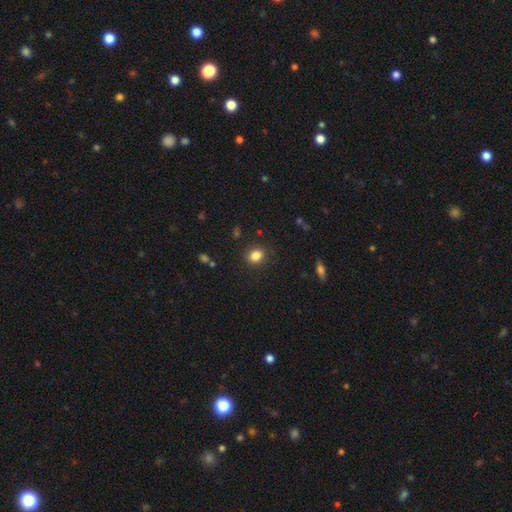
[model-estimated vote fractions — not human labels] smooth-or-featured: smooth: 84% | star or artifact: 11% | featured or disk: 5%
  how-rounded: round: 61% | in between: 38% | cigar-shaped: 1%
  merging: none: 87% | minor disturbance: 9% | major disturbance: 3% | merger: 1%